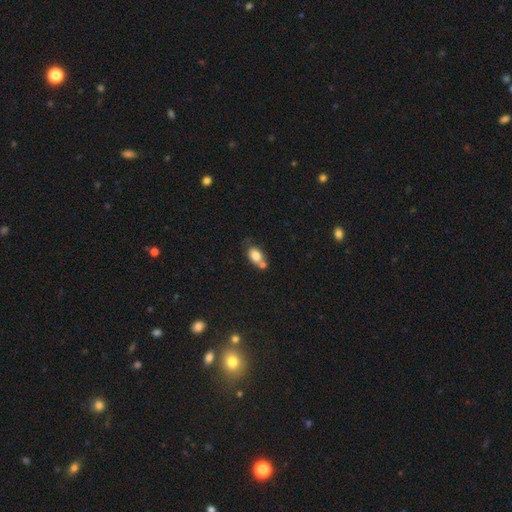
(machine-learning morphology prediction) smooth_or_featured: smooth (p=0.80) [alt: featured or disk p=0.11]
how_rounded: in between (p=0.79) [alt: round p=0.19]
merging: none (p=0.42) [alt: merger p=0.36]